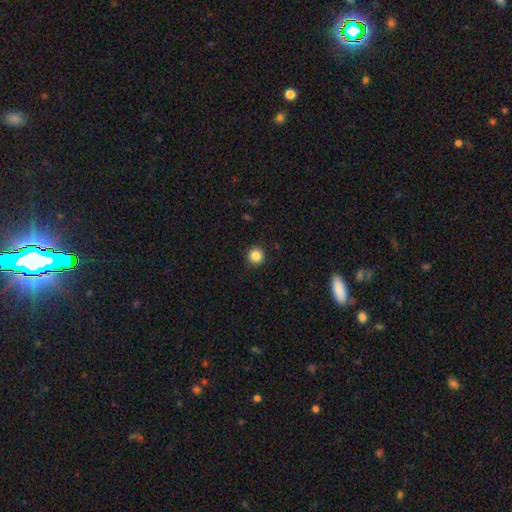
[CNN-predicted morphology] type=smooth (86%); roundness=round (96%); merging=none (93%).